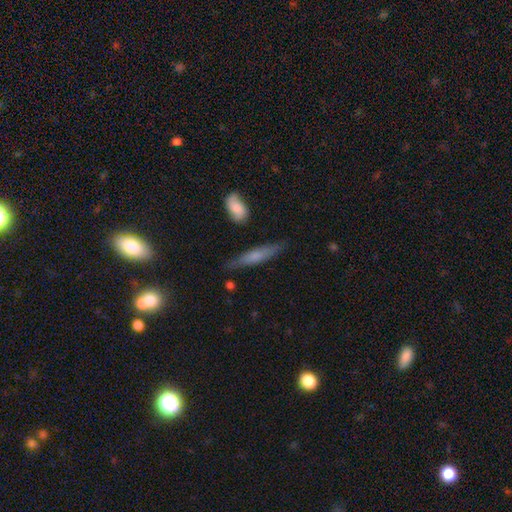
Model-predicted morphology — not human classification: smooth 57%, featured or disk 36%, star or artifact 7%. Down the decision tree: how rounded — cigar-shaped (84%); merging — none (77%).